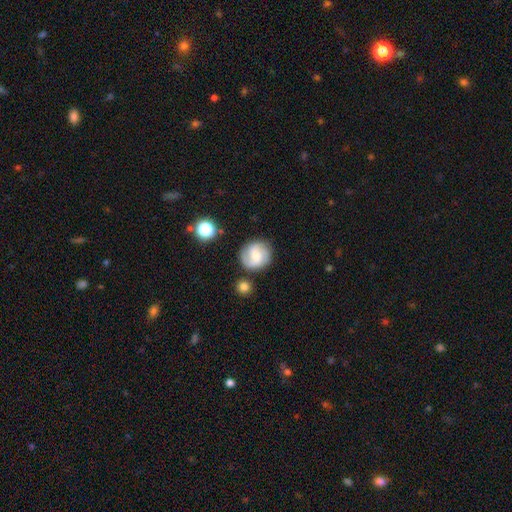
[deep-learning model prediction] The model was most divided on "bulge size": moderate: 47%, small: 42%, large: 5%, none: 4%, dominant: 1%. Remaining: edge-on disk — no (98%); spiral arms — yes (91%); merging — none (78%); smooth or featured — featured or disk (59%); bar — no (49%); spiral winding — medium (47%); spiral arm count — 2 (43%).